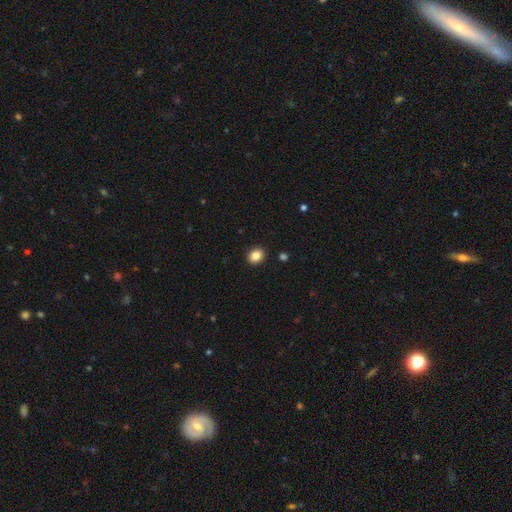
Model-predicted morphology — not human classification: The model was most divided on "how rounded": round: 61%, in between: 38%, cigar-shaped: 1%. More confident: merging — none (91%); smooth or featured — smooth (86%).